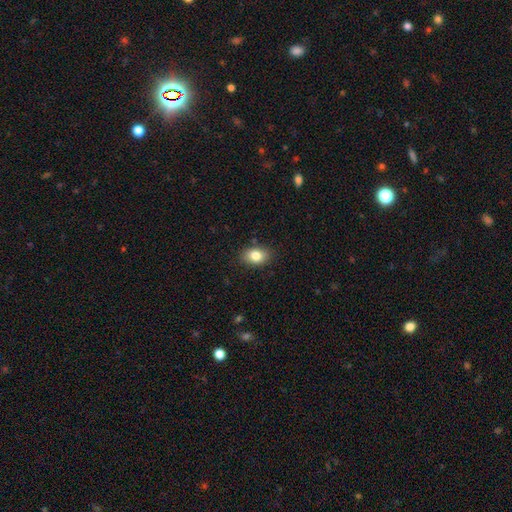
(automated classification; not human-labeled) Smooth or featured? Predicted: smooth (p=0.82). How rounded? Predicted: in between (p=0.80). Merging? Predicted: none (p=0.86).